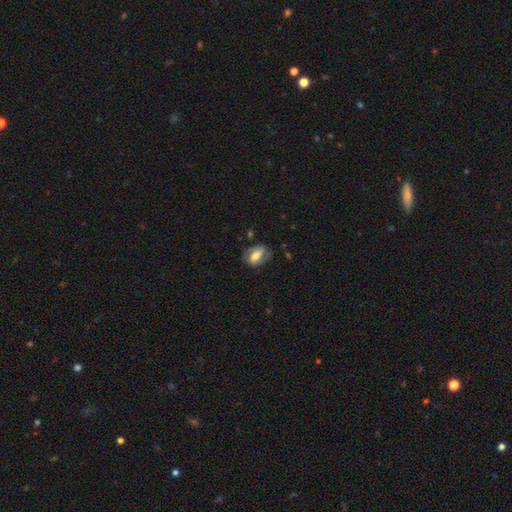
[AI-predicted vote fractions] This appears to be a featured or disk galaxy (48%). Merging: none (69%).